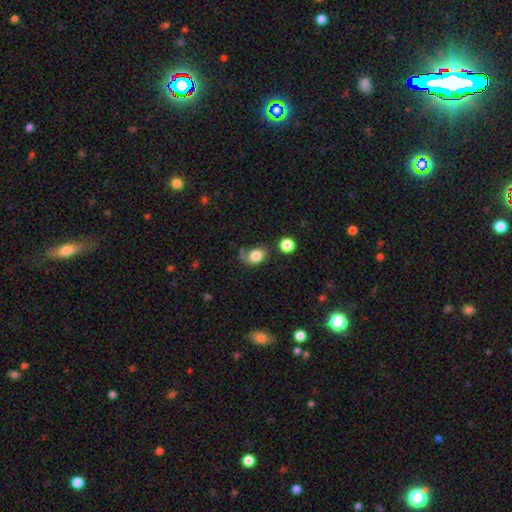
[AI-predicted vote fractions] Smooth or featured? Predicted: smooth (p=0.80). How rounded? Predicted: in between (p=0.60). Merging? Predicted: none (p=0.50).